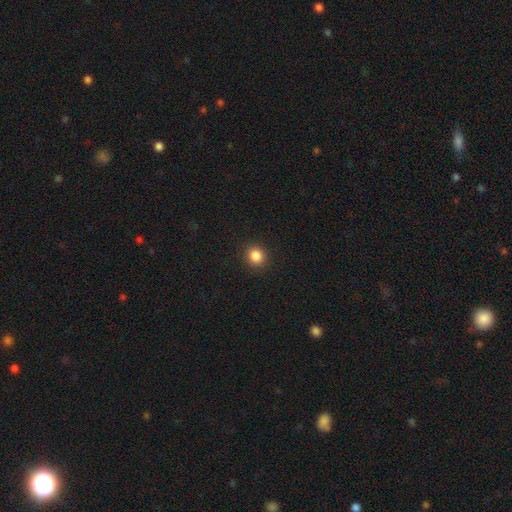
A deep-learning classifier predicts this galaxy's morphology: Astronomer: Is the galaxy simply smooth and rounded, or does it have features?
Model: smooth — 86%.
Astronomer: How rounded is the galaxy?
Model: round — 85%.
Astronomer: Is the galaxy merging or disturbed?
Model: none — 91%.